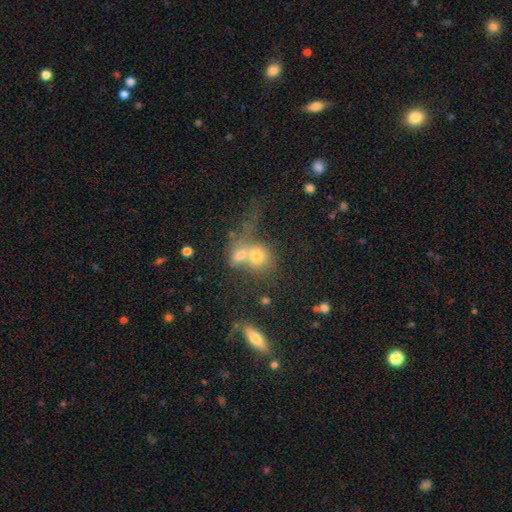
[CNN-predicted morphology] The model was most divided on "how rounded": round: 64%, in between: 34%, cigar-shaped: 2%. More confident: smooth or featured — smooth (66%); merging — merger (62%).